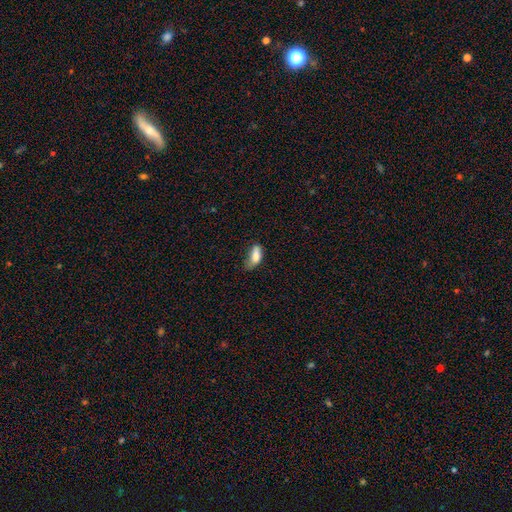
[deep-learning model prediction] The model was most divided on "merging": minor disturbance: 40%, none: 37%, major disturbance: 20%, merger: 3%. More confident: how rounded — in between (82%); smooth or featured — smooth (81%).